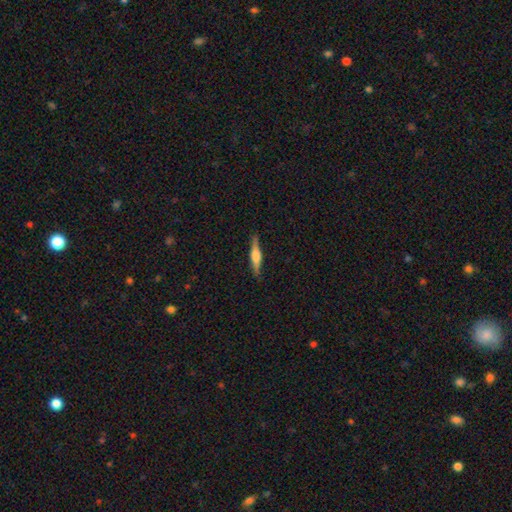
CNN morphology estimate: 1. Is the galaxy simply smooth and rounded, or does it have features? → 64% featured or disk, 30% smooth, 6% star or artifact.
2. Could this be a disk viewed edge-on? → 97% yes, 3% no.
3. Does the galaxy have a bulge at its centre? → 78% rounded, 17% boxy, 4% none.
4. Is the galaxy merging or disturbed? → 88% none, 9% minor disturbance, 2% major disturbance, 1% merger.